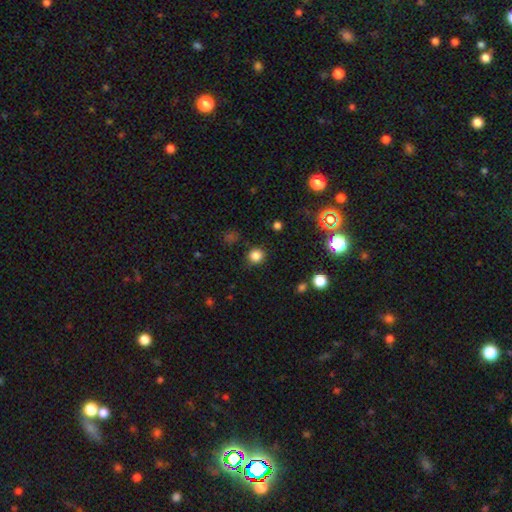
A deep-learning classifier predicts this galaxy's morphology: Smooth or featured? smooth (82%)
How rounded? round (90%)
Merging? none (88%)